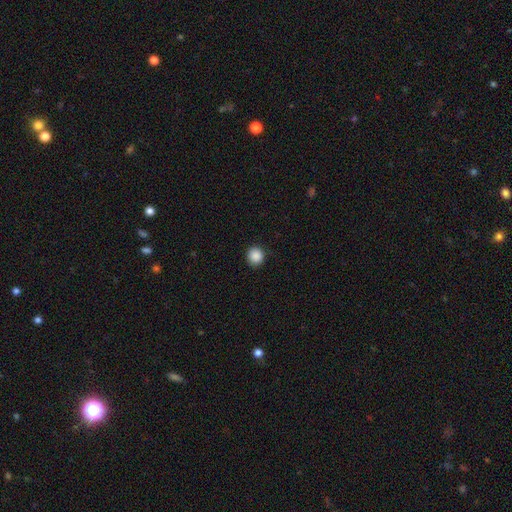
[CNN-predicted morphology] Q: Smooth or featured?
A: smooth (88%); runner-up: star or artifact (9%)
Q: How rounded?
A: round (93%); runner-up: in between (6%)
Q: Merging?
A: none (91%); runner-up: minor disturbance (7%)